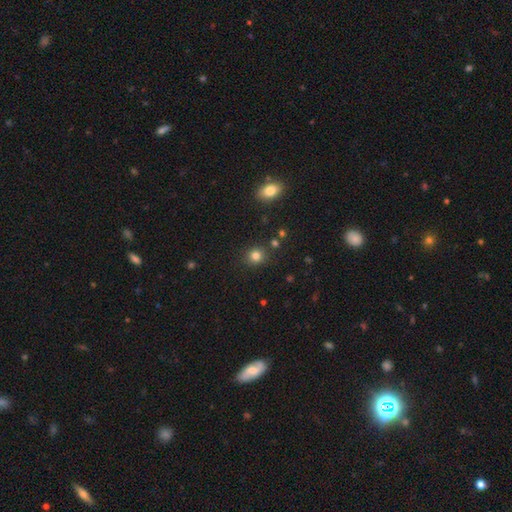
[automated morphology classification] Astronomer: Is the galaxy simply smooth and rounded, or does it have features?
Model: smooth — 81%.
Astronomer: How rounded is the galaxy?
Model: round — 85%.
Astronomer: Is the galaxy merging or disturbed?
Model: none — 86%.